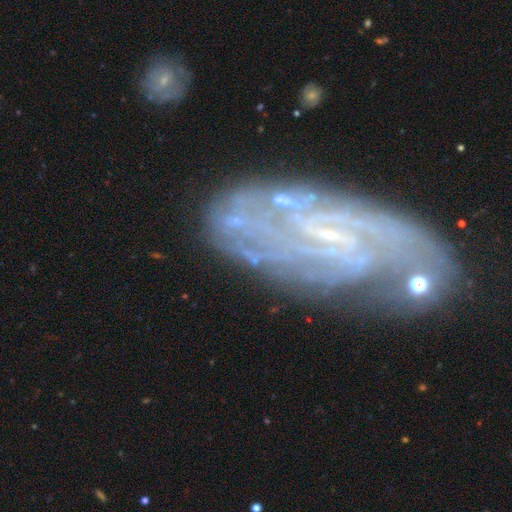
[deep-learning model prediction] Smooth or featured? Predicted: featured or disk (p=0.74). Edge-on disk? Predicted: no (p=0.95). Bar? Predicted: weak (p=0.37). Spiral arms? Predicted: yes (p=0.77). Spiral winding? Predicted: tight (p=0.57). Spiral arm count? Predicted: can't tell (p=0.45). Bulge size? Predicted: small (p=0.57). Merging? Predicted: none (p=0.58).